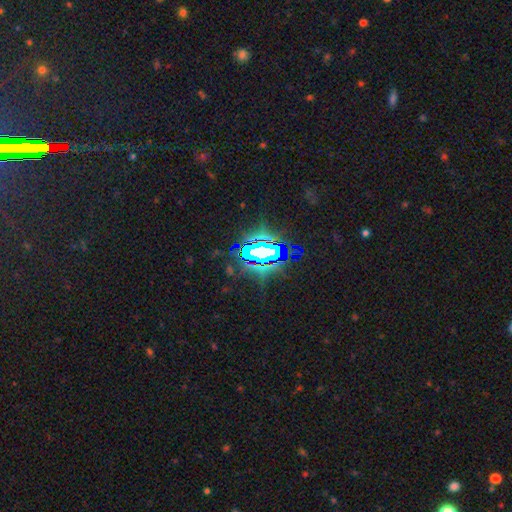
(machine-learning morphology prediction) Smooth or featured? Predicted: star or artifact (p=0.80).